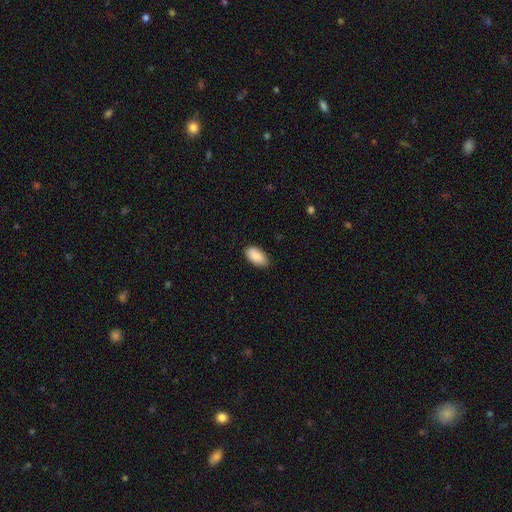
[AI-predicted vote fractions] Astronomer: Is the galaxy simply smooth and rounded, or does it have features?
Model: smooth — 89%.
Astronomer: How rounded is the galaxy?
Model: in between — 94%.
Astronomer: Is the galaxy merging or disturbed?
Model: none — 78%.